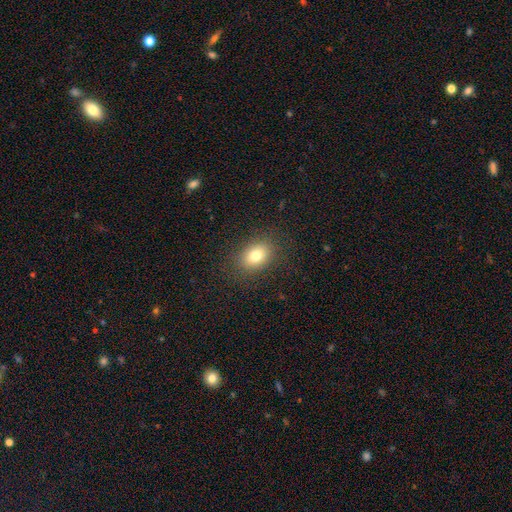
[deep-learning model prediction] The model was most divided on "how rounded": in between: 78%, round: 20%, cigar-shaped: 1%. More confident: merging — none (86%); smooth or featured — smooth (79%).